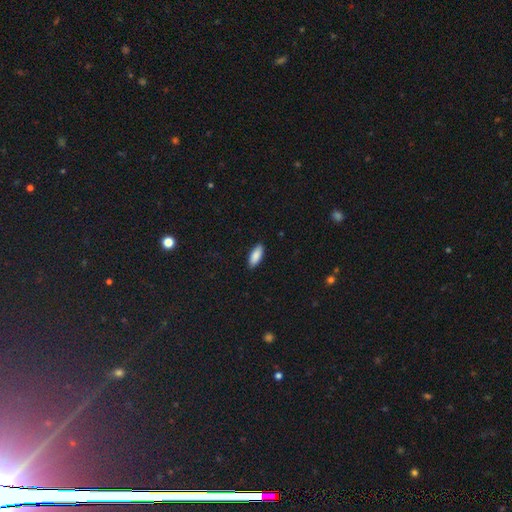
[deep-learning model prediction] Smooth or featured: smooth — 88% (featured or disk — 6%)
How rounded: in between — 81% (cigar-shaped — 17%)
Merging: none — 89% (minor disturbance — 8%)